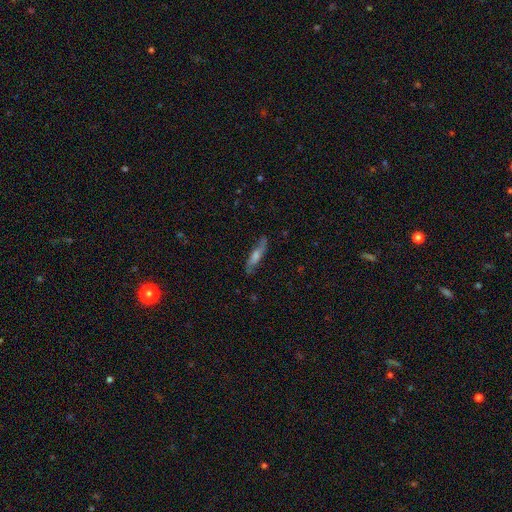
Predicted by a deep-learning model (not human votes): Smooth or featured? Predicted: featured or disk (p=0.56). Edge-on disk? Predicted: yes (p=0.63). Merging? Predicted: none (p=0.80).